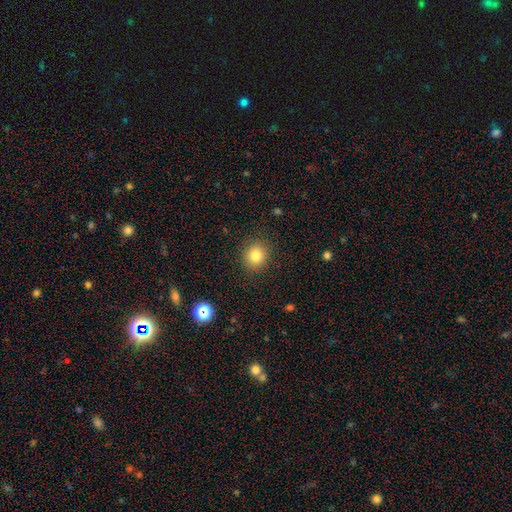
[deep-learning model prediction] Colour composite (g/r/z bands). It shows a smooth galaxy with no disk features (81%) that is round (82%). Merging: none (89%).